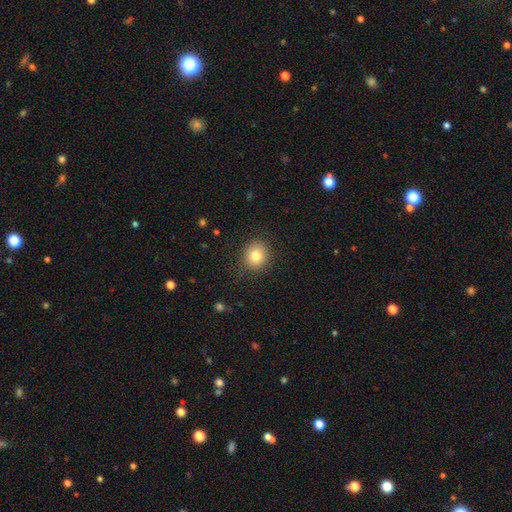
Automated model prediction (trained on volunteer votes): smooth 80%, star or artifact 11%, featured or disk 9%. Down the decision tree: how rounded — round (82%); merging — none (86%).